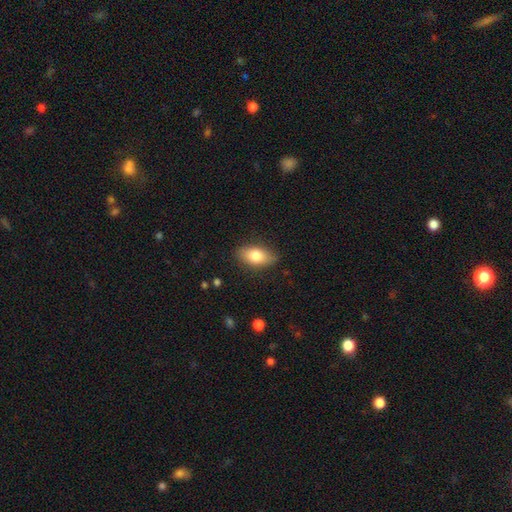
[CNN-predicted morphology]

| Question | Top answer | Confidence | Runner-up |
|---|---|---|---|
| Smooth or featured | smooth | 78% | featured or disk (15%) |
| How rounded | in between | 88% | cigar-shaped (6%) |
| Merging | none | 84% | minor disturbance (13%) |